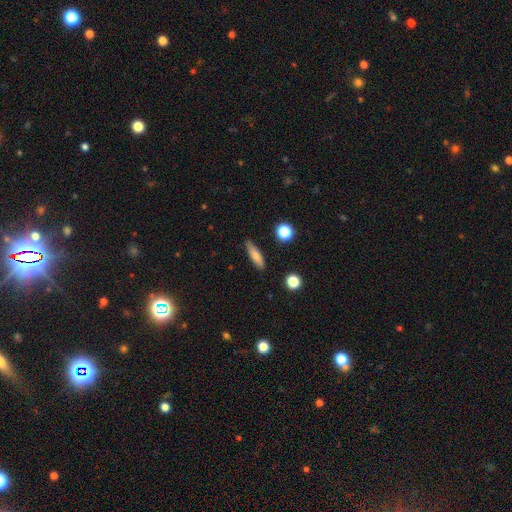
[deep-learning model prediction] Smooth or featured? Predicted: smooth (p=0.79). How rounded? Predicted: cigar-shaped (p=0.64). Merging? Predicted: none (p=0.83).